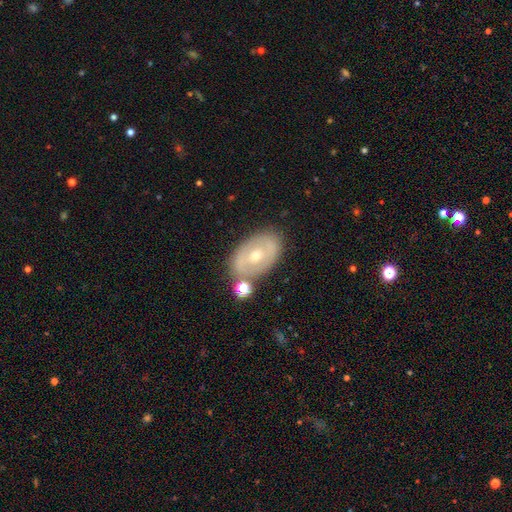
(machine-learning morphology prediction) Smooth or featured: featured or disk — 60% (smooth — 33%)
Edge-on disk: no — 92% (yes — 8%)
Bar: no — 64% (weak — 25%)
Spiral arms: no — 69% (yes — 31%)
Bulge size: moderate — 54% (small — 42%)
Merging: none — 72% (minor disturbance — 14%)